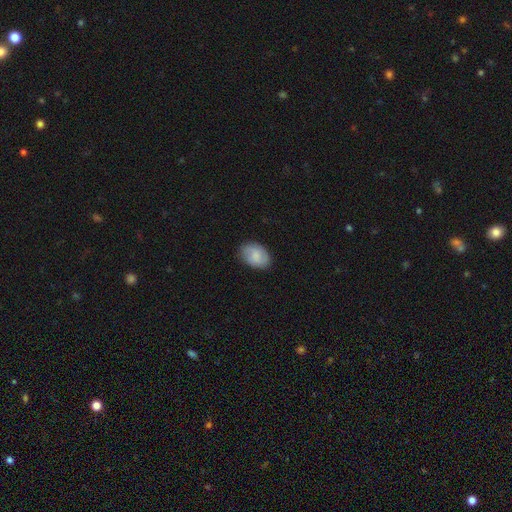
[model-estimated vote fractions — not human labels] smooth_or_featured: smooth (p=0.74) [alt: featured or disk p=0.19]
how_rounded: in between (p=0.85) [alt: round p=0.14]
merging: none (p=0.82) [alt: minor disturbance p=0.14]